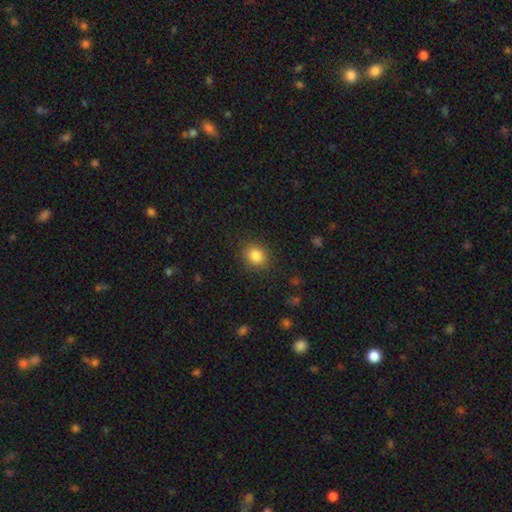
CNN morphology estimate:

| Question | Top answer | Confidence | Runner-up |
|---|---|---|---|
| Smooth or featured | smooth | 85% | star or artifact (10%) |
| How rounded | round | 67% | in between (32%) |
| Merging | none | 87% | minor disturbance (9%) |